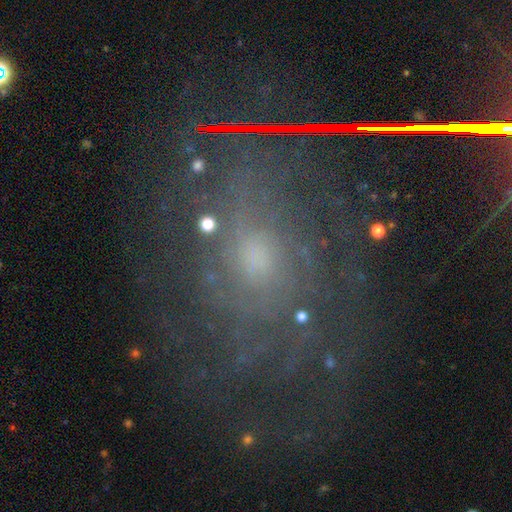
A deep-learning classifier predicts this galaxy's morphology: This is possibly a featured or disk galaxy (55%). It is clearly not viewed edge-on (91%). Merging: likely none (67%).